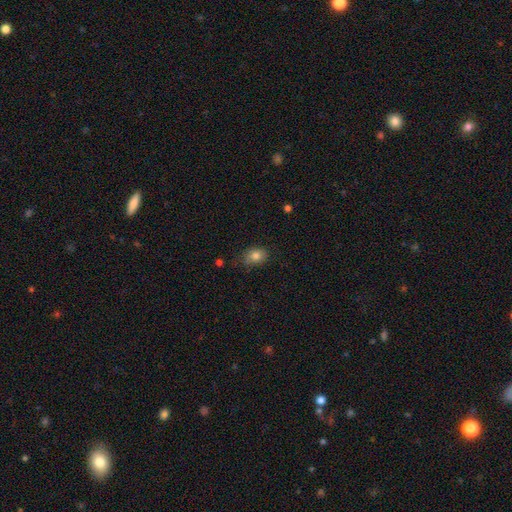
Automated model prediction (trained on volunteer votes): A smooth galaxy with no disk features (81%) that is in between round and cigar-shaped (69%). Merging: none (66%).